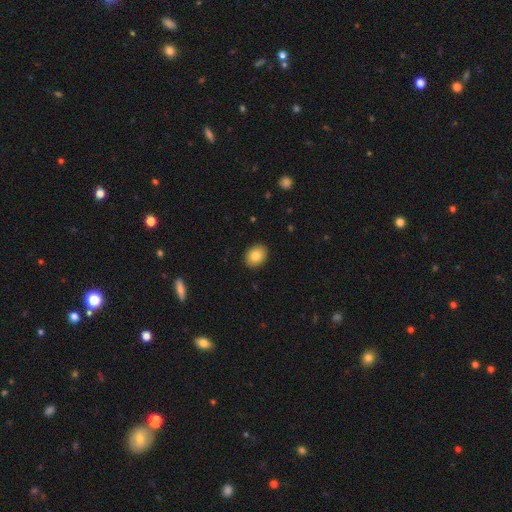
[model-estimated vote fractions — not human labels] Overall: smooth (83%). How rounded: in between (56%; round 44%). Merging: none (91%).